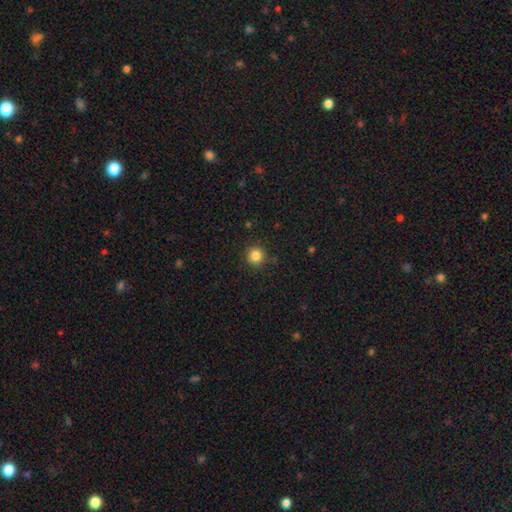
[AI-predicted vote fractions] Overall: smooth (84%). How rounded: round (94%). Merging: none (90%).